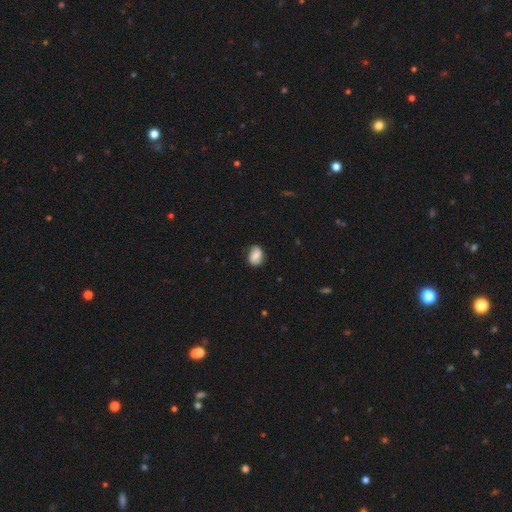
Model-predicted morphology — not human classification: smooth 63%, featured or disk 28%, star or artifact 9%. Down the decision tree: how rounded — in between (62%); merging — none (75%).